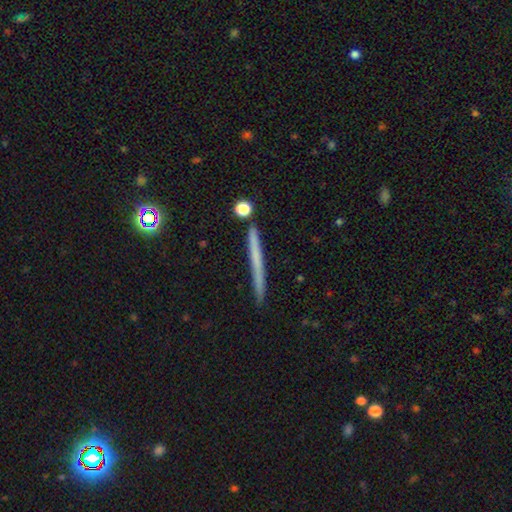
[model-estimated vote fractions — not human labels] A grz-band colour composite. It shows a smooth galaxy with no disk features (49%). Merging: none (89%).